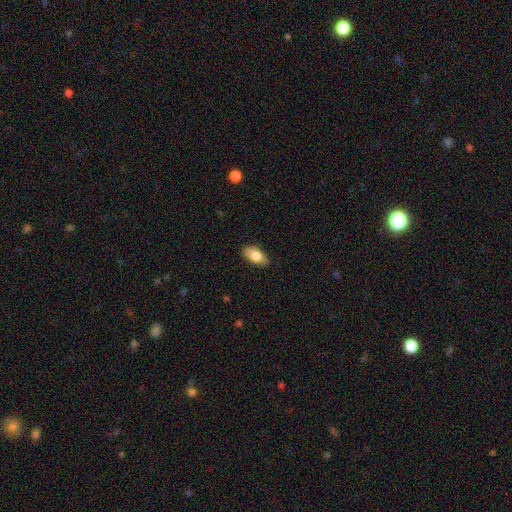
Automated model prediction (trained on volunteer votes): smooth_or_featured: smooth (p=0.79) [alt: featured or disk p=0.14]
how_rounded: in between (p=0.92) [alt: round p=0.05]
merging: none (p=0.82) [alt: minor disturbance p=0.14]